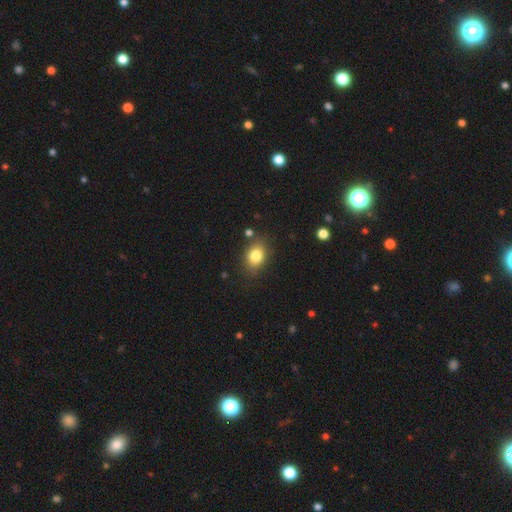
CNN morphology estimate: The model was most divided on "how rounded": in between: 68%, round: 31%, cigar-shaped: 1%. More confident: smooth or featured — smooth (81%); merging — none (81%).